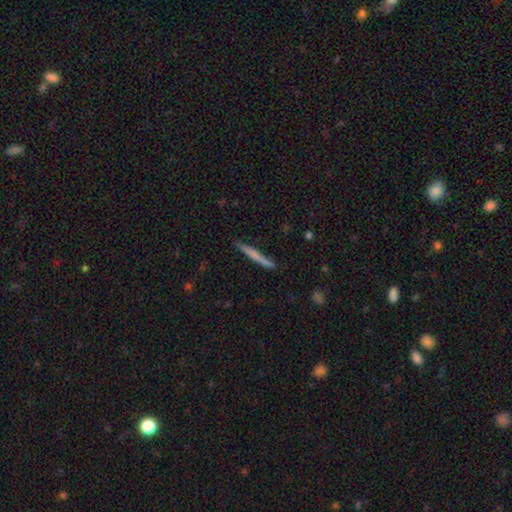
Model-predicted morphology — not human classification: A smooth galaxy with no disk features (56%) that is cigar-shaped (96%).

Vote fractions:
- Smooth or featured? smooth: 56% / featured or disk: 38% / star or artifact: 6%
- How rounded? cigar-shaped: 96% / in between: 2% / round: 2%
- Merging? none: 89% / minor disturbance: 8% / major disturbance: 2% / merger: 1%